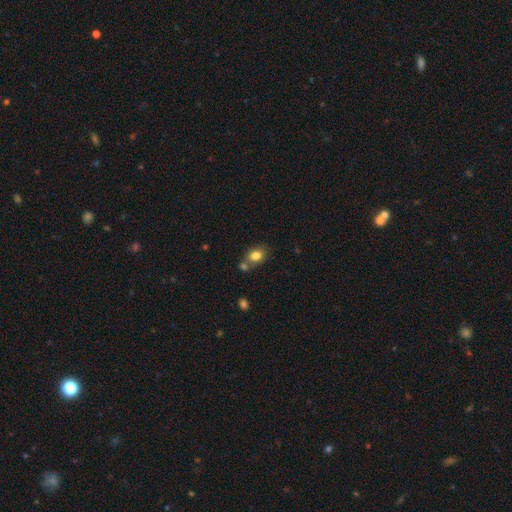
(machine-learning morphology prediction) This appears to be a smooth galaxy with no disk features (80%) that is in between round and cigar-shaped (63%). Merging: none (56%).